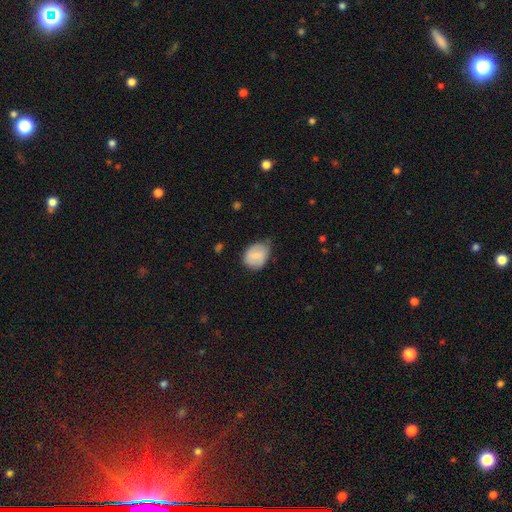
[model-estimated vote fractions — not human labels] This appears to be a smooth galaxy with no disk features (73%) that is in between round and cigar-shaped (55%). Merging: none (50%).